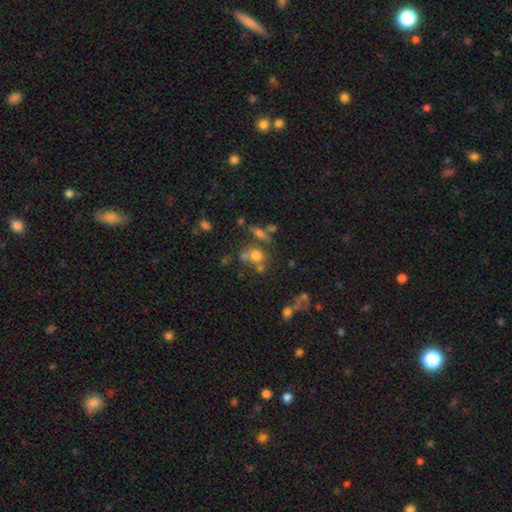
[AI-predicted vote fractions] Morphology: type=smooth (65%); roundness=round (78%); merging=none (49%).